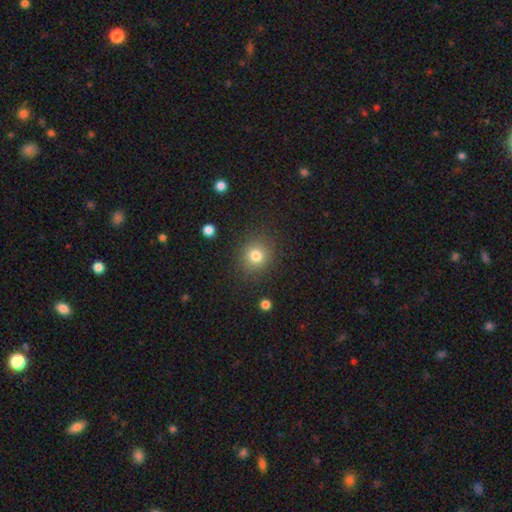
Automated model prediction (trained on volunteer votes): Q: Smooth or featured?
A: smooth (79%); runner-up: star or artifact (13%)
Q: How rounded?
A: round (84%); runner-up: in between (15%)
Q: Merging?
A: none (87%); runner-up: minor disturbance (8%)